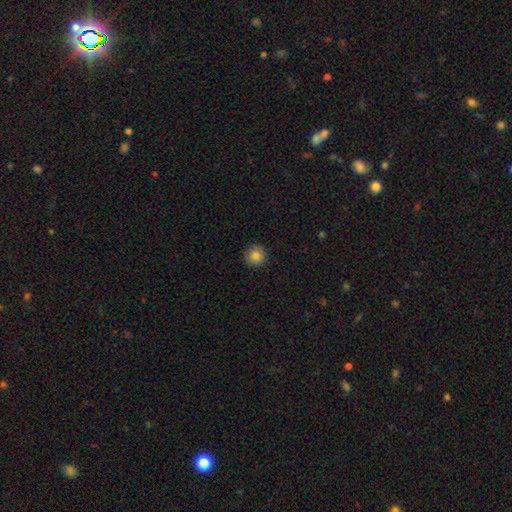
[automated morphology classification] Smooth or featured? Predicted: smooth (p=0.84). How rounded? Predicted: round (p=0.95). Merging? Predicted: none (p=0.91).